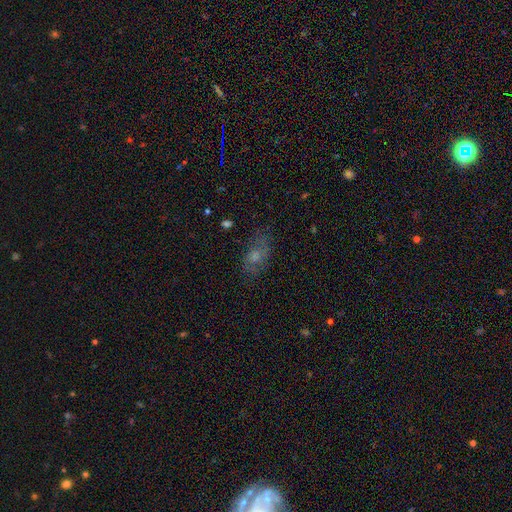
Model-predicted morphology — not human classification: Smooth or featured: smooth — 49% (featured or disk — 36%)
Merging: none — 67% (minor disturbance — 21%)